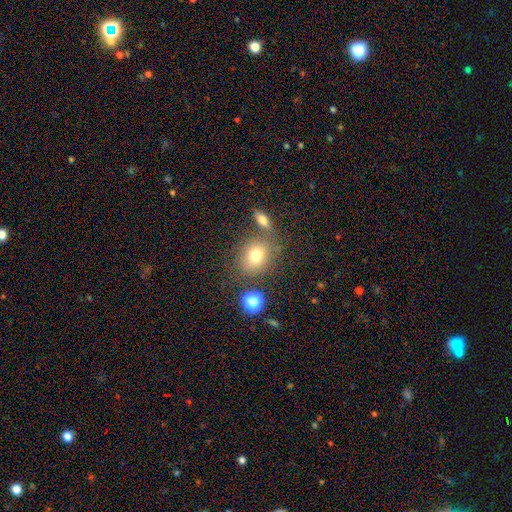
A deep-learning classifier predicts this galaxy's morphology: Overall: smooth (74%). How rounded: round (61%; in between 38%). Merging: none (69%).